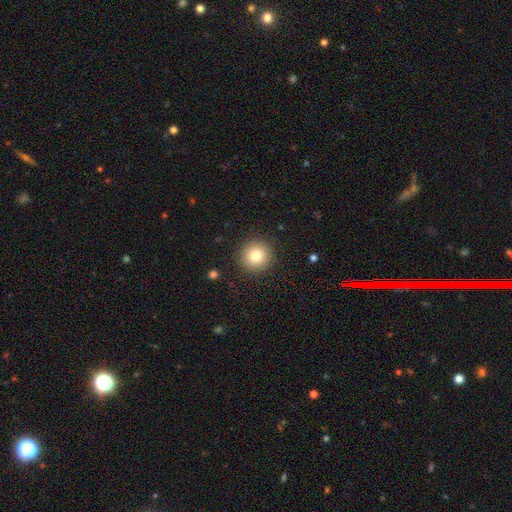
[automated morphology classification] This is clearly a smooth galaxy (81%). How rounded: clearly round (94%). Merging: clearly none (91%).